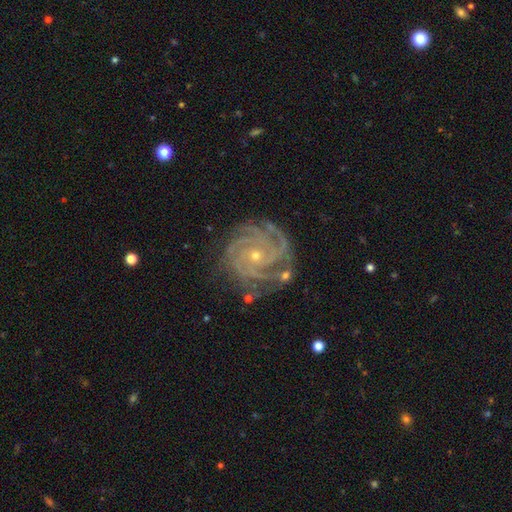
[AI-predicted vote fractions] Q: Smooth or featured?
A: featured or disk (91%); runner-up: star or artifact (6%)
Q: Edge-on disk?
A: no (98%); runner-up: yes (2%)
Q: Bar?
A: no (72%); runner-up: weak (19%)
Q: Spiral arms?
A: yes (99%); runner-up: no (1%)
Q: Spiral winding?
A: tight (80%); runner-up: medium (18%)
Q: Spiral arm count?
A: 4 (37%); runner-up: 3 (26%)
Q: Bulge size?
A: small (74%); runner-up: moderate (23%)
Q: Merging?
A: none (76%); runner-up: minor disturbance (16%)